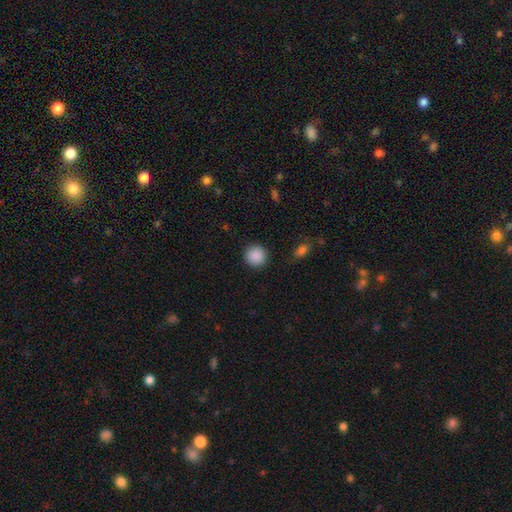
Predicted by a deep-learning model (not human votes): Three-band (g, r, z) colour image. It shows a smooth galaxy with no disk features (89%) that is round (95%). Merging: none (91%).